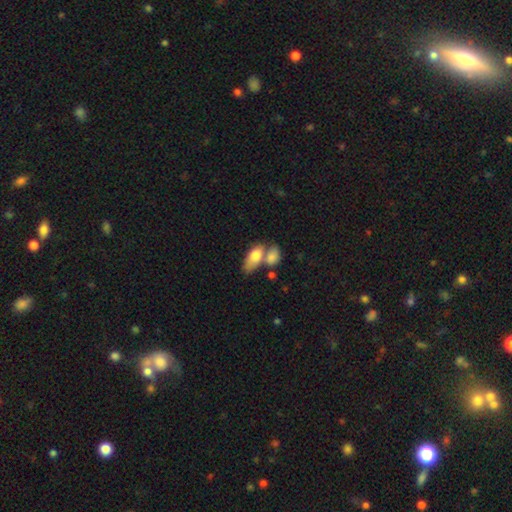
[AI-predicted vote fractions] Smooth or featured? smooth (76%)
How rounded? in between (86%)
Merging? merger (51%)